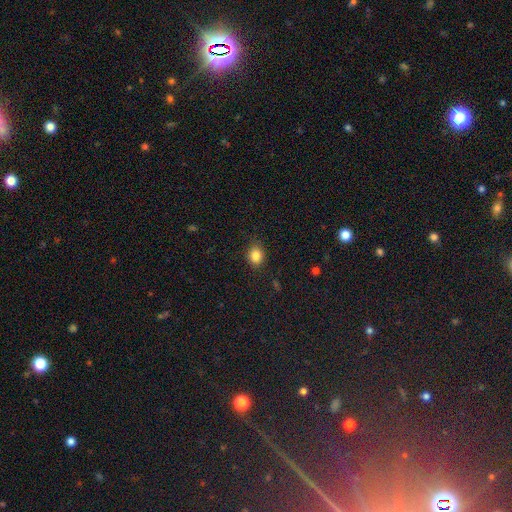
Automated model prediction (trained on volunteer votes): Q: Smooth or featured?
A: smooth (85%); runner-up: star or artifact (10%)
Q: How rounded?
A: round (55%); runner-up: in between (45%)
Q: Merging?
A: none (85%); runner-up: minor disturbance (12%)